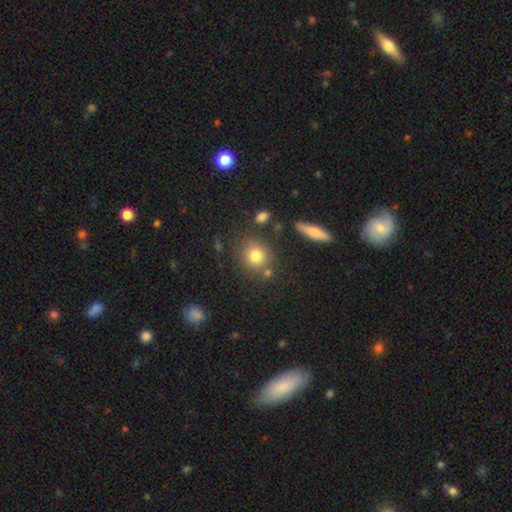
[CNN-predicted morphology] The model was most divided on "how rounded": round: 77%, in between: 21%, cigar-shaped: 2%. More confident: smooth or featured — smooth (79%); merging — none (76%).